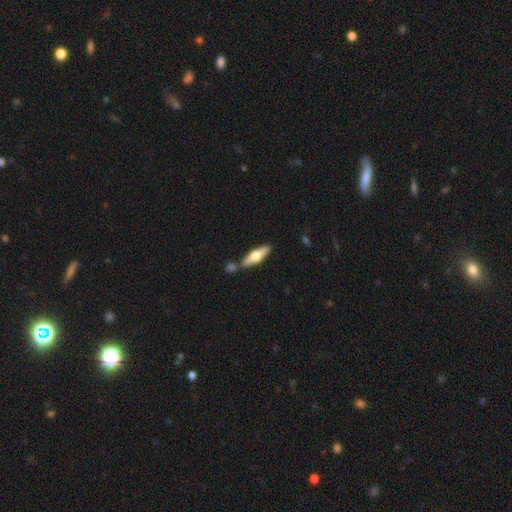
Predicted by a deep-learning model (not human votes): Morphology: type=featured or disk (51%); edge-on=yes (91%); merging=none (74%).